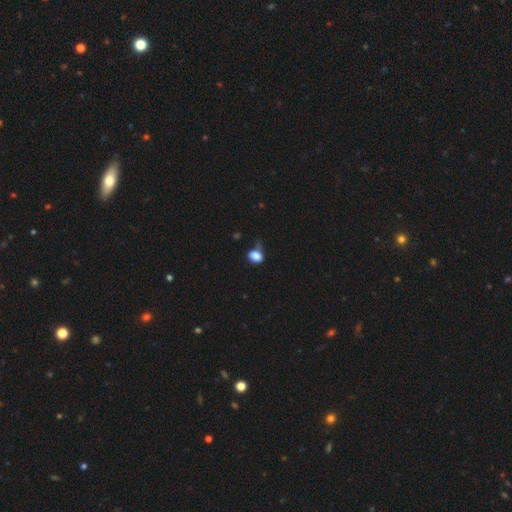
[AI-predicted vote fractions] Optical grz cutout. It shows a smooth galaxy with no disk features (83%) that is in between round and cigar-shaped (73%). Merging: none (40%).